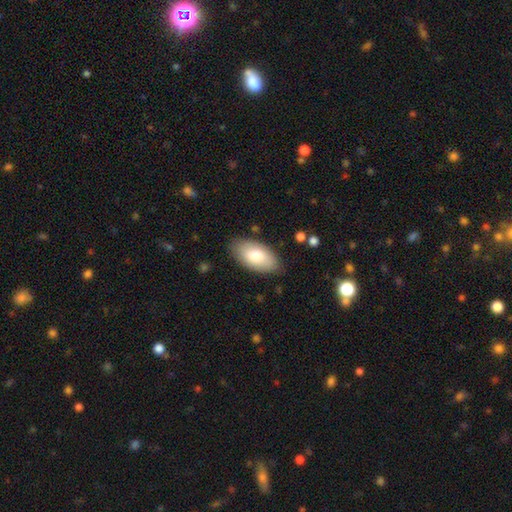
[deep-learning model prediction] smooth 80%, featured or disk 15%, star or artifact 6%. Down the decision tree: how rounded — in between (95%); merging — none (83%).